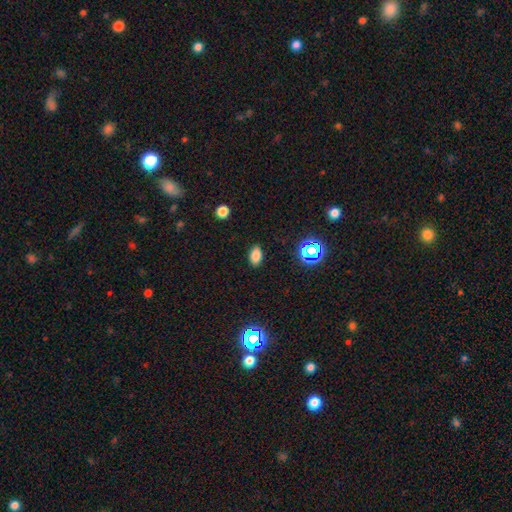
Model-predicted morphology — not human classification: smooth 78%, star or artifact 16%, featured or disk 6%. Down the decision tree: how rounded — in between (89%); merging — none (87%).